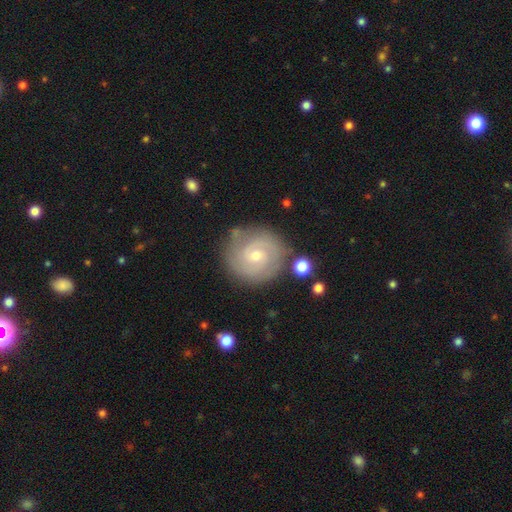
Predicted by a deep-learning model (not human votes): featured or disk 74%, smooth 19%, star or artifact 7%. Down the decision tree: edge-on disk — no (98%); bar — no (61%); spiral arms — yes (91%); spiral arm count — 2 (55%); spiral winding — tight (65%); bulge size — small (60%); merging — none (80%).